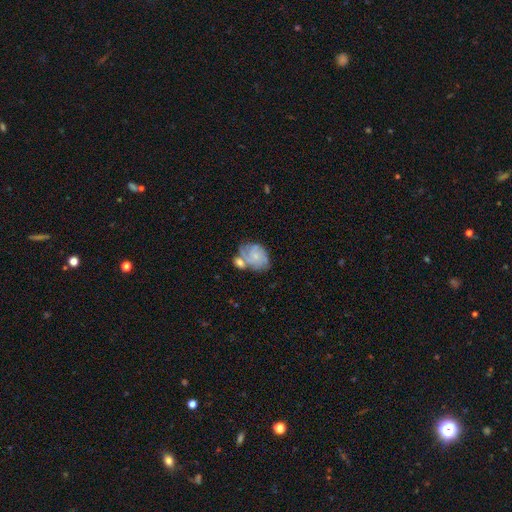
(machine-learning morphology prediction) Q: Smooth or featured?
A: featured or disk (61%); runner-up: smooth (31%)
Q: Edge-on disk?
A: no (98%); runner-up: yes (2%)
Q: Bar?
A: no (79%); runner-up: weak (19%)
Q: Spiral arms?
A: yes (80%); runner-up: no (20%)
Q: Bulge size?
A: small (69%); runner-up: moderate (16%)
Q: Merging?
A: none (37%); runner-up: merger (31%)